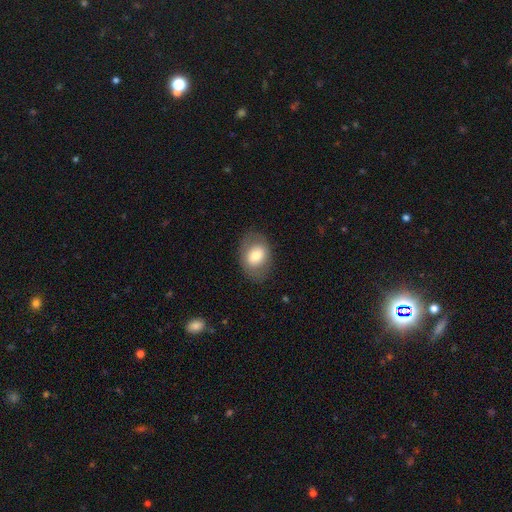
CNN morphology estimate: The model was most divided on "how rounded": in between: 72%, round: 27%, cigar-shaped: 1%. More confident: merging — none (79%); smooth or featured — smooth (70%).